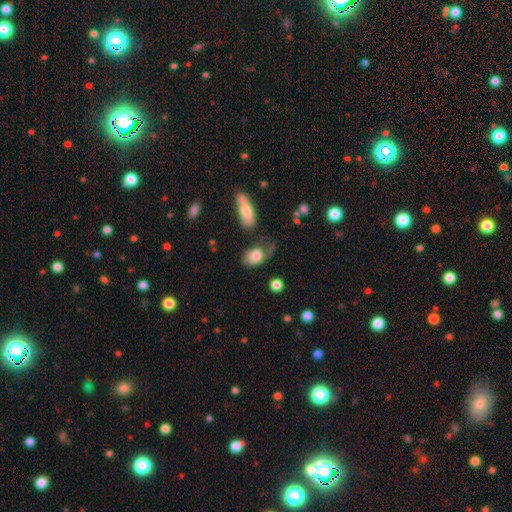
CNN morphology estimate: A smooth galaxy with no disk features (74%) that is in between round and cigar-shaped (84%).

Vote fractions:
- Smooth or featured? smooth: 74% / featured or disk: 18% / star or artifact: 8%
- How rounded? in between: 84% / round: 14% / cigar-shaped: 2%
- Merging? major disturbance: 33% / none: 29% / minor disturbance: 29% / merger: 10%